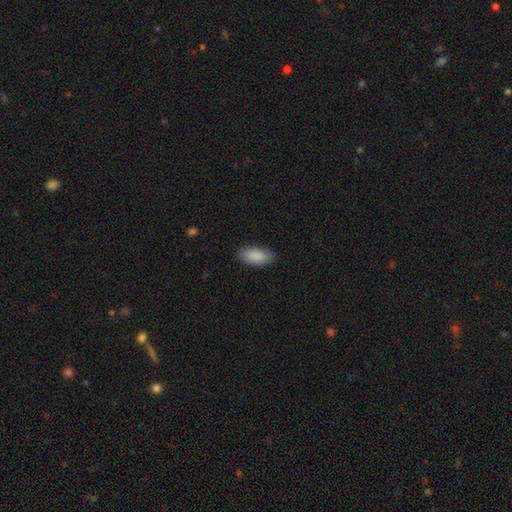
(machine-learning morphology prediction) smooth_or_featured: smooth (p=0.89) [alt: star or artifact p=0.06]
how_rounded: in between (p=0.90) [alt: cigar-shaped p=0.08]
merging: none (p=0.86) [alt: minor disturbance p=0.11]